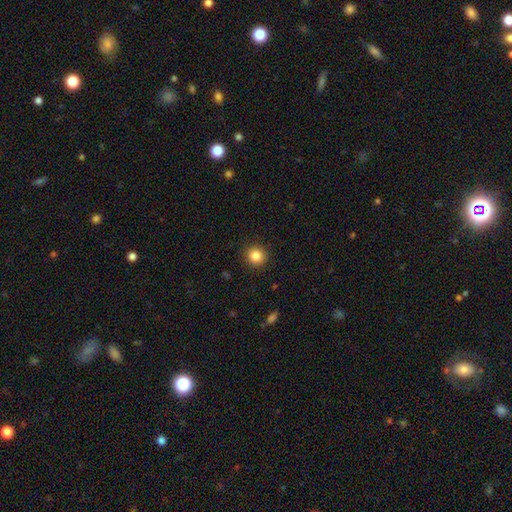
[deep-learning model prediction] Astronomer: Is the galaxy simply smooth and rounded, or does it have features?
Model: smooth — 85%.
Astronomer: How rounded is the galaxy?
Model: round — 93%.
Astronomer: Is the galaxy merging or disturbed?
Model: none — 92%.